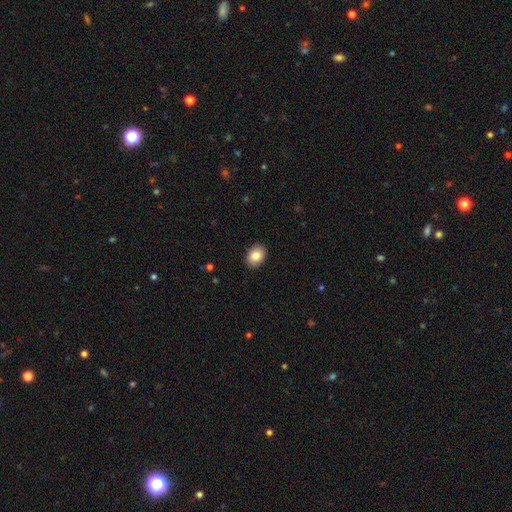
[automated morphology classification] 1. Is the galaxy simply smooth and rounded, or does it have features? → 86% smooth, 8% star or artifact, 6% featured or disk.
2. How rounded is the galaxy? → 64% in between, 35% round, 1% cigar-shaped.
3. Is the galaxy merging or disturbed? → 91% none, 7% minor disturbance, 2% major disturbance, 1% merger.